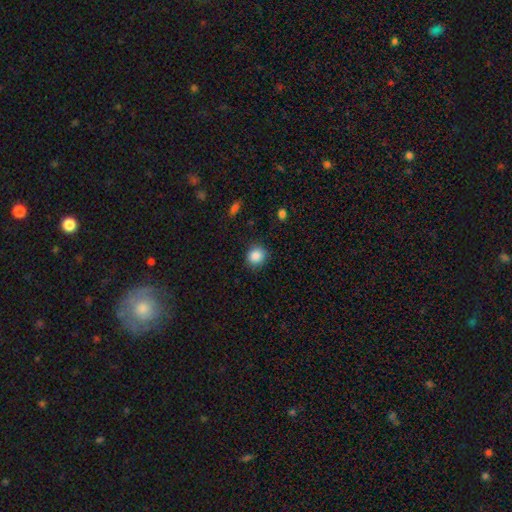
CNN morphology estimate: A smooth galaxy with no disk features (87%) that is round (84%).

Vote fractions:
- Smooth or featured? smooth: 87% / star or artifact: 9% / featured or disk: 4%
- How rounded? round: 84% / in between: 15% / cigar-shaped: 1%
- Merging? none: 86% / minor disturbance: 10% / major disturbance: 3% / merger: 1%